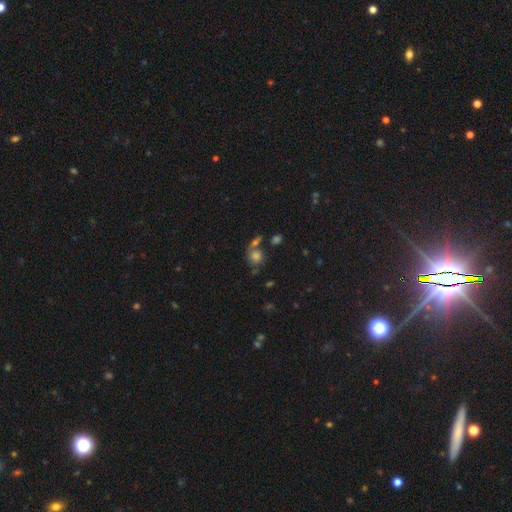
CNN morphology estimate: A smooth galaxy with no disk features (71%) that is round (77%). Merging: none (50%).